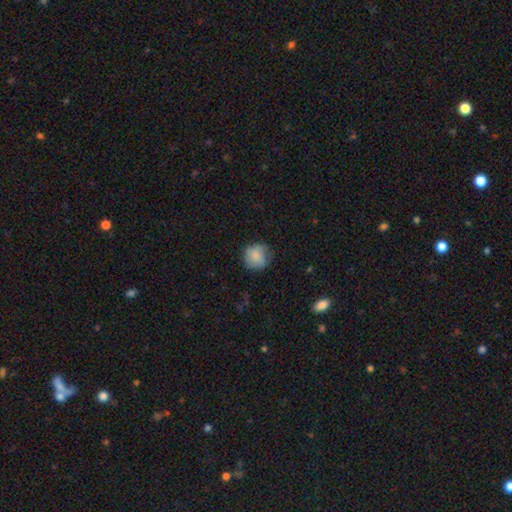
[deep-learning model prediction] smooth-or-featured: smooth: 81% | featured or disk: 12% | star or artifact: 8%
  how-rounded: round: 87% | in between: 12% | cigar-shaped: 1%
  merging: none: 68% | minor disturbance: 24% | major disturbance: 7% | merger: 1%